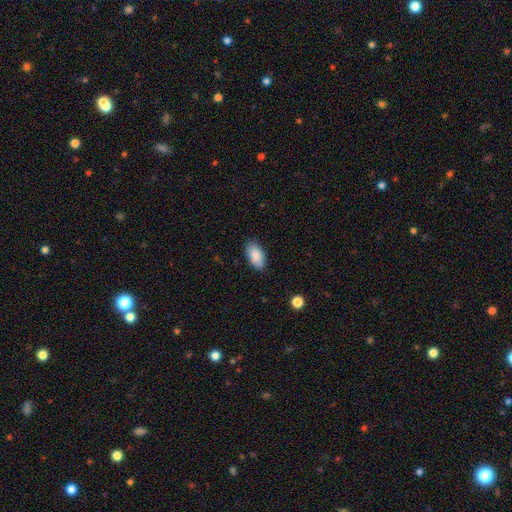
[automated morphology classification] This appears to be a smooth galaxy with no disk features (88%) that is in between round and cigar-shaped (94%). Merging: none (86%).